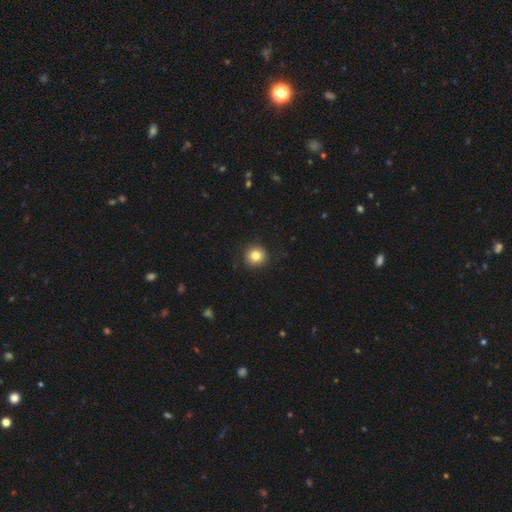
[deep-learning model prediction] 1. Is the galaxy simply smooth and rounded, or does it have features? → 82% smooth, 11% star or artifact, 7% featured or disk.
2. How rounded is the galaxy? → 93% round, 6% in between, 1% cigar-shaped.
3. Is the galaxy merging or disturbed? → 90% none, 7% minor disturbance, 2% major disturbance, 1% merger.